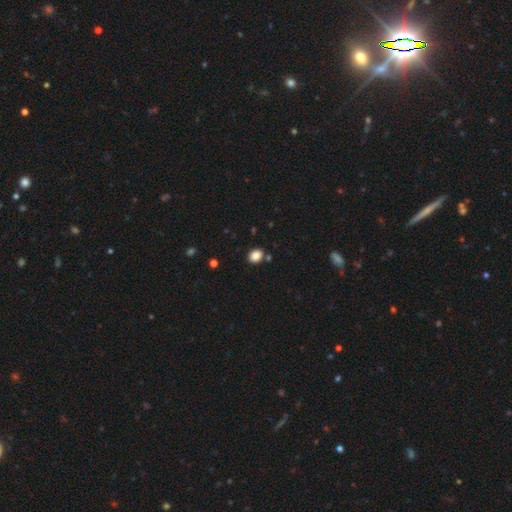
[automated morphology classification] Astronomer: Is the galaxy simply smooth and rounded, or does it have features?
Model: smooth — 86%.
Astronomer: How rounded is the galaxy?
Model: in between — 56% (runner-up: round, 43%).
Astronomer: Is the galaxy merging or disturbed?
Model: none — 82%.